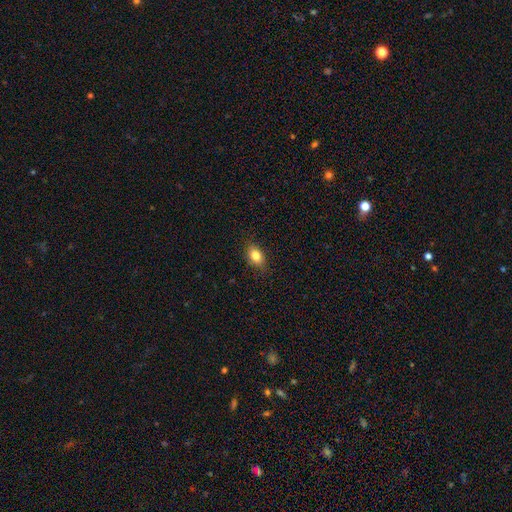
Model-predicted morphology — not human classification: Smooth or featured? Predicted: smooth (p=0.83). How rounded? Predicted: in between (p=0.81). Merging? Predicted: none (p=0.86).